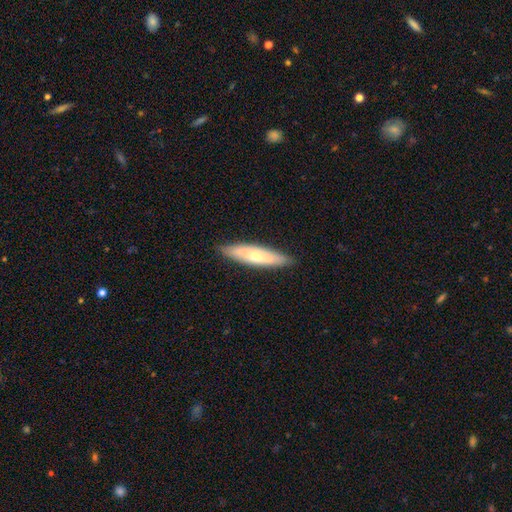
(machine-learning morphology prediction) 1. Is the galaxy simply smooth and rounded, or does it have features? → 55% smooth, 40% featured or disk, 5% star or artifact.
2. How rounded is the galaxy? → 72% cigar-shaped, 26% in between, 2% round.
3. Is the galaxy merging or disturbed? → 86% none, 11% minor disturbance, 2% major disturbance, 1% merger.